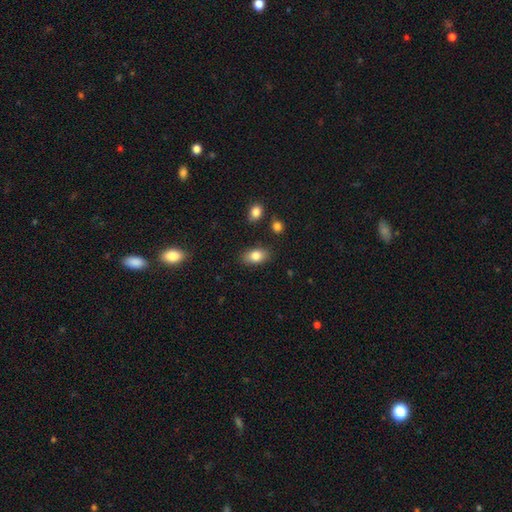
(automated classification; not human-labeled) Q: Smooth or featured?
A: smooth (82%); runner-up: featured or disk (10%)
Q: How rounded?
A: in between (89%); runner-up: round (9%)
Q: Merging?
A: none (85%); runner-up: minor disturbance (11%)